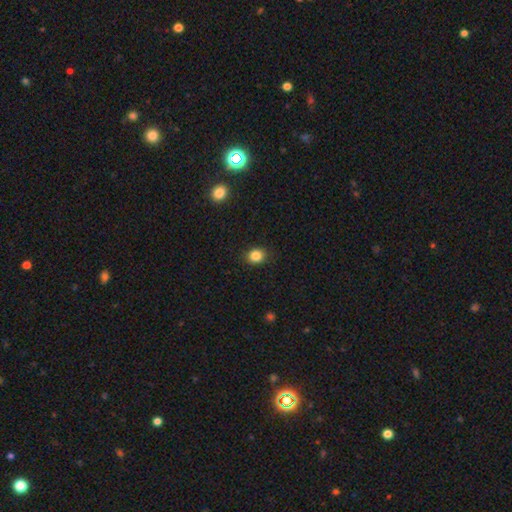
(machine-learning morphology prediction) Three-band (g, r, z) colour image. It shows a smooth galaxy with no disk features (85%) that is round (65%). Merging: none (89%).